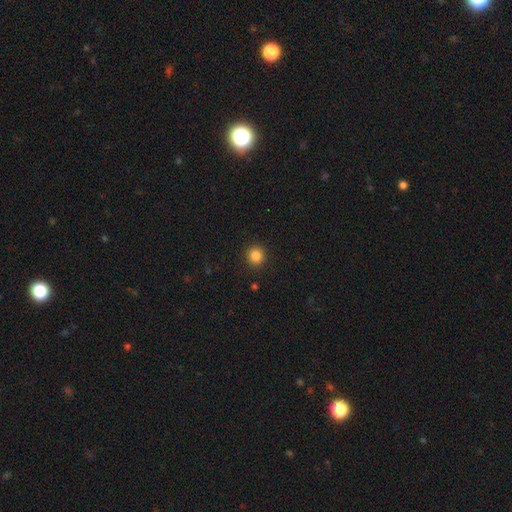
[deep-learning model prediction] smooth 85%, star or artifact 11%, featured or disk 4%. Down the decision tree: how rounded — round (91%); merging — none (91%).